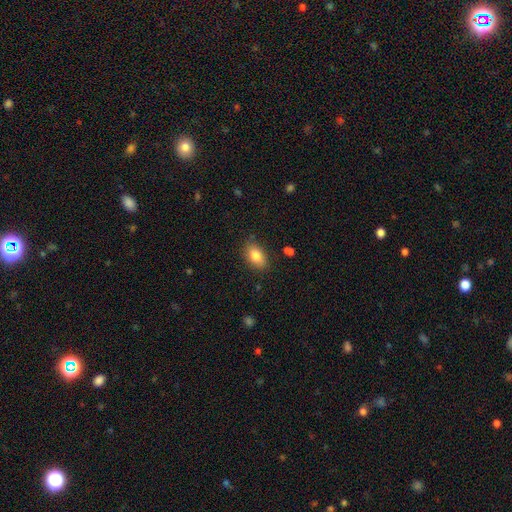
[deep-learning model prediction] Q: Smooth or featured?
A: smooth (84%); runner-up: featured or disk (8%)
Q: How rounded?
A: in between (88%); runner-up: round (10%)
Q: Merging?
A: none (83%); runner-up: minor disturbance (12%)